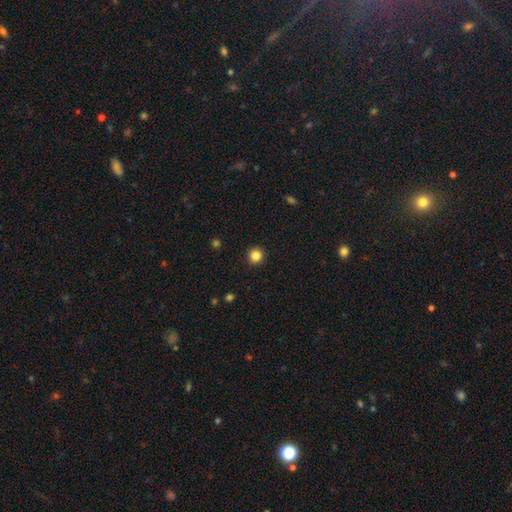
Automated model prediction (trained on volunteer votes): Q: Smooth or featured?
A: smooth (85%); runner-up: star or artifact (11%)
Q: How rounded?
A: round (95%); runner-up: in between (4%)
Q: Merging?
A: none (93%); runner-up: minor disturbance (4%)